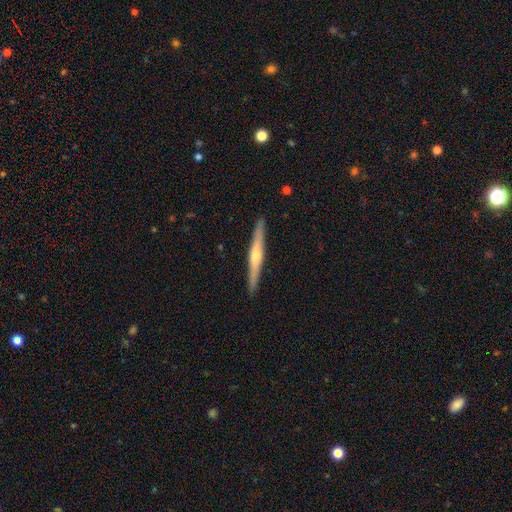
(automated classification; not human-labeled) The model was most divided on "smooth or featured": featured or disk: 67%, smooth: 28%, star or artifact: 5%. More confident: edge-on disk — yes (98%); merging — none (92%); edge-on bulge — rounded (81%).